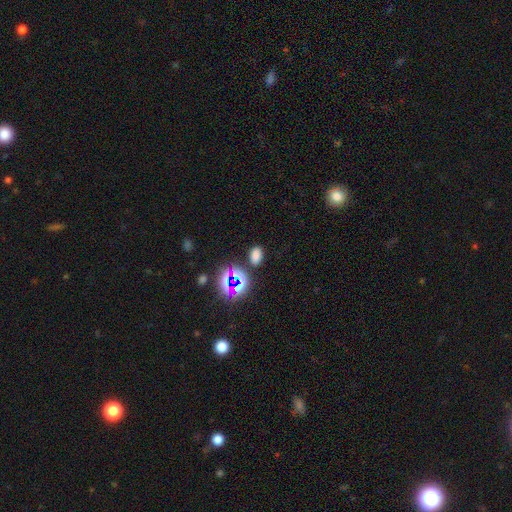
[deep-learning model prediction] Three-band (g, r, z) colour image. It shows a smooth galaxy with no disk features (68%) that is in between round and cigar-shaped (86%). Merging: none (82%).